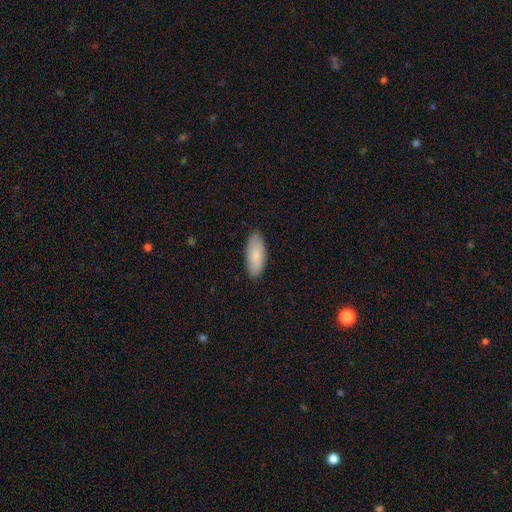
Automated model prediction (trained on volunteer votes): This appears to be a smooth galaxy with no disk features (85%) that is in between round and cigar-shaped (83%). Merging: none (87%).